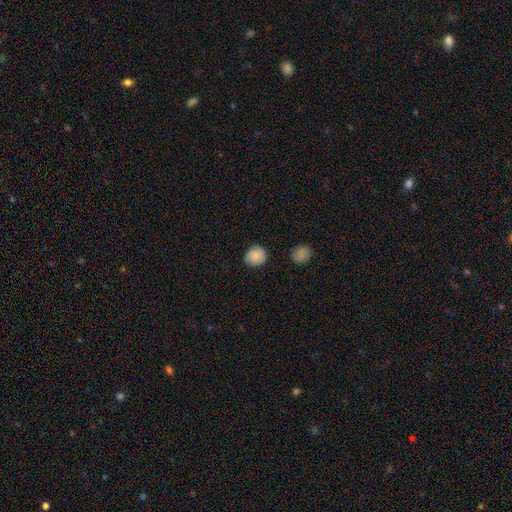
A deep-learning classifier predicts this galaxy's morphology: type=smooth (84%); roundness=round (83%); merging=none (80%).